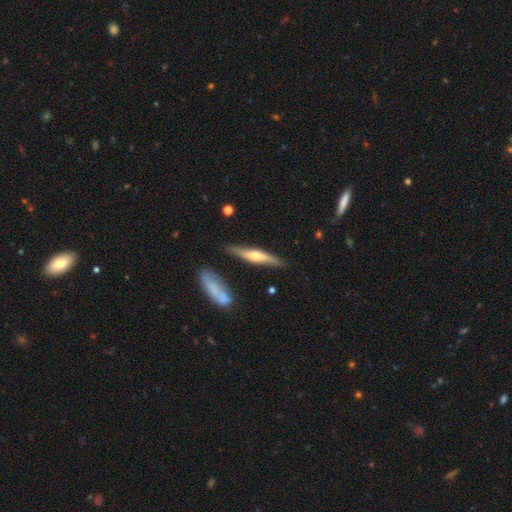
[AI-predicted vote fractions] Morphology: type=featured or disk (57%); edge-on=yes (93%); edge-on bulge=rounded (85%); merging=none (81%).